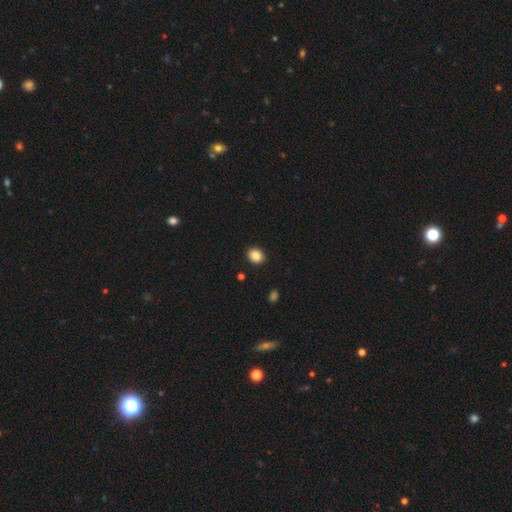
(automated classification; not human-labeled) This is clearly a smooth galaxy (88%). How rounded: possibly round (54%). Merging: clearly none (90%).